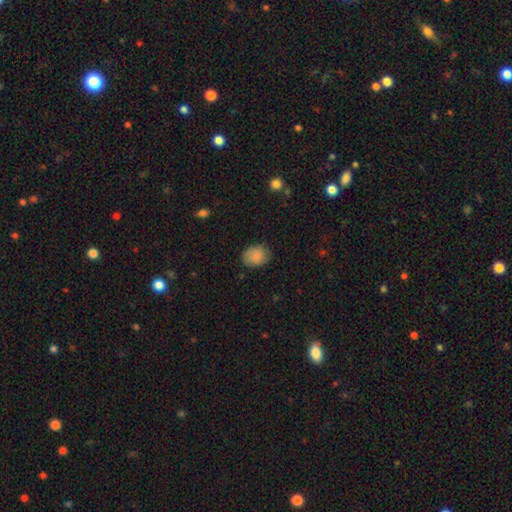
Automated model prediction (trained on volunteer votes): smooth-or-featured: smooth: 87% | star or artifact: 7% | featured or disk: 6%
  how-rounded: in between: 64% | round: 35% | cigar-shaped: 1%
  merging: none: 81% | minor disturbance: 15% | major disturbance: 3% | merger: 1%